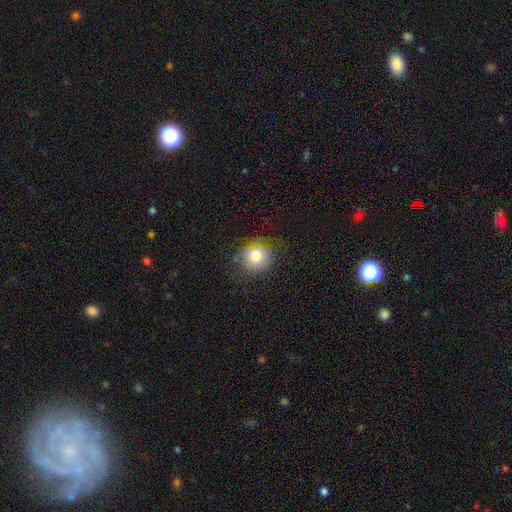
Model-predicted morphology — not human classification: This appears to be a smooth galaxy with no disk features (77%) that is round (80%). Merging: none (74%).